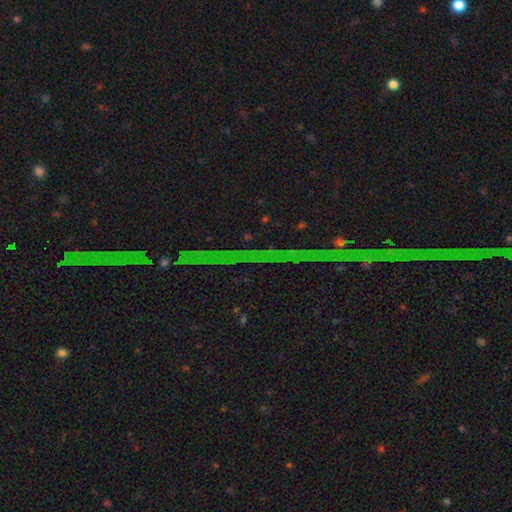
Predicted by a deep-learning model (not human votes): smooth-or-featured: star or artifact: 85% | featured or disk: 9% | smooth: 6%